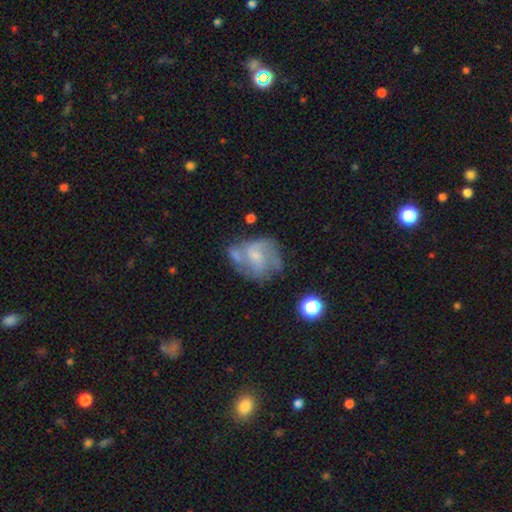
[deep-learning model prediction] The model was most divided on "spiral arm count": 2: 35%, can't tell: 27%, 3: 23%, 4: 6%, 1: 5%, more than 4: 4%. Remaining: edge-on disk — no (98%); spiral arms — yes (81%); smooth or featured — featured or disk (69%); bar — no (55%); bulge size — small (55%); spiral winding — medium (48%); merging — none (44%).